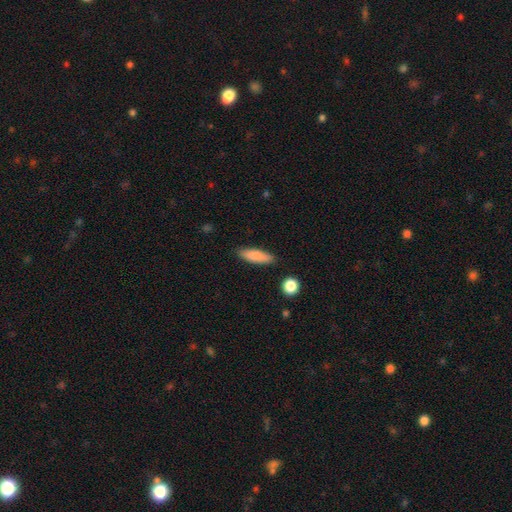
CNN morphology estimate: This appears to be a smooth galaxy with no disk features (83%) that is cigar-shaped (56%). Merging: none (85%).